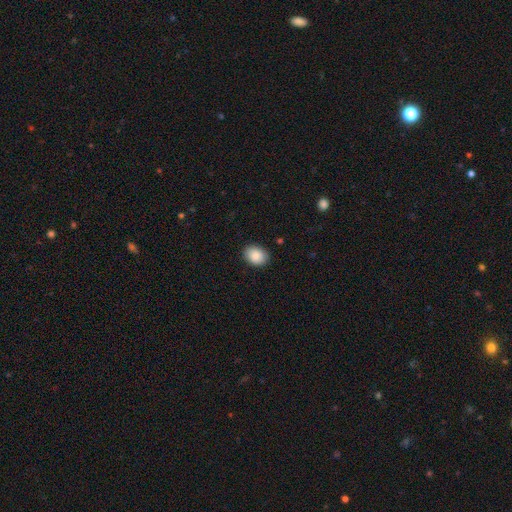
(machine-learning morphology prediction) Q: Smooth or featured?
A: smooth (88%); runner-up: star or artifact (7%)
Q: How rounded?
A: in between (67%); runner-up: round (32%)
Q: Merging?
A: none (87%); runner-up: minor disturbance (10%)